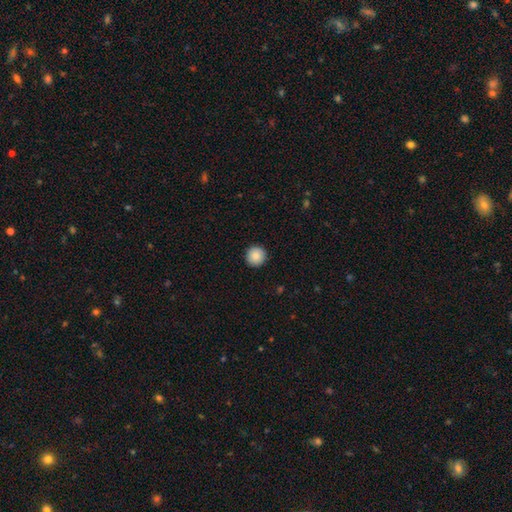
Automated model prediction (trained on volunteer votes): Smooth or featured? Predicted: smooth (p=0.87). How rounded? Predicted: round (p=0.96). Merging? Predicted: none (p=0.93).